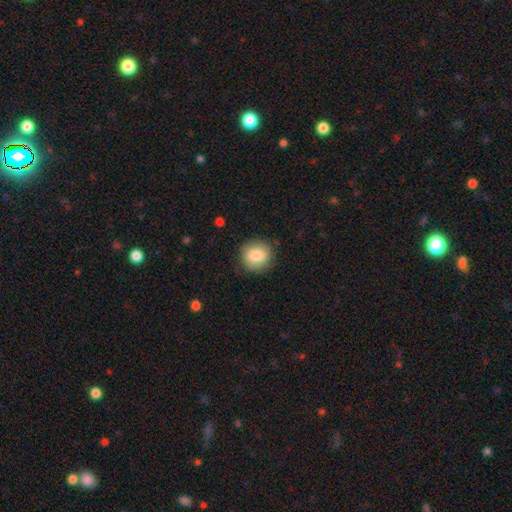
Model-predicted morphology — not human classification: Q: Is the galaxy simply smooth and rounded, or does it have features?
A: smooth — 83%.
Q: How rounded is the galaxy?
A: round — 89%.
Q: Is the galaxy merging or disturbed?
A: none — 86%.